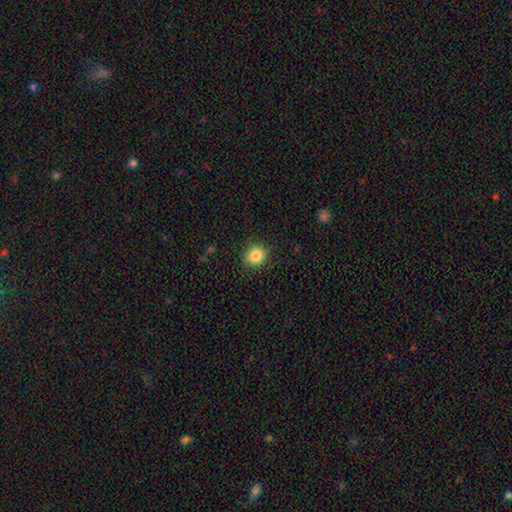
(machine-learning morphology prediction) Q: Smooth or featured?
A: smooth (85%); runner-up: star or artifact (10%)
Q: How rounded?
A: round (85%); runner-up: in between (14%)
Q: Merging?
A: none (90%); runner-up: minor disturbance (7%)